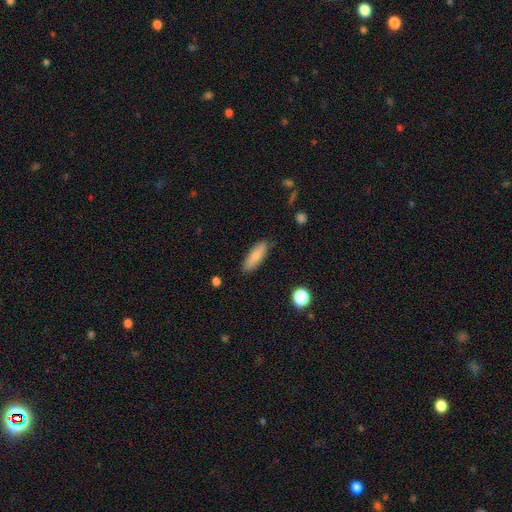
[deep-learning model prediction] smooth-or-featured: smooth: 77% | featured or disk: 16% | star or artifact: 7%
  how-rounded: in between: 55% | cigar-shaped: 43% | round: 2%
  merging: none: 86% | minor disturbance: 11% | major disturbance: 2% | merger: 1%